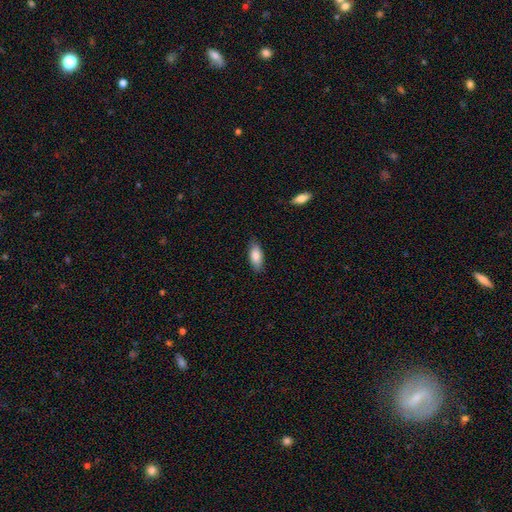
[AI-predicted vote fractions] smooth_or_featured: smooth (p=0.84) [alt: featured or disk p=0.10]
how_rounded: in between (p=0.84) [alt: cigar-shaped p=0.14]
merging: none (p=0.85) [alt: minor disturbance p=0.12]